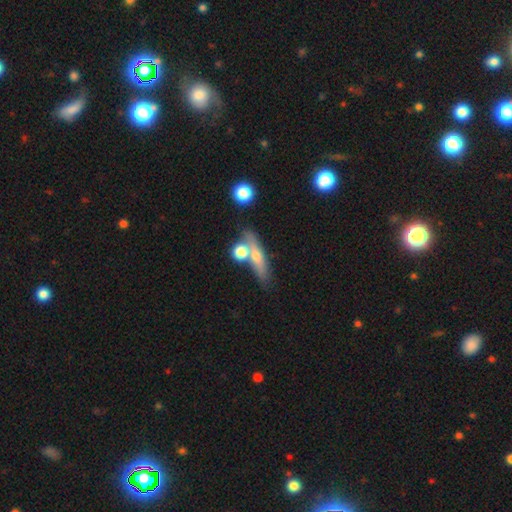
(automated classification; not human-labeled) The model was most divided on "smooth or featured": smooth: 49%, featured or disk: 42%, star or artifact: 10%. More confident: merging — none (60%).